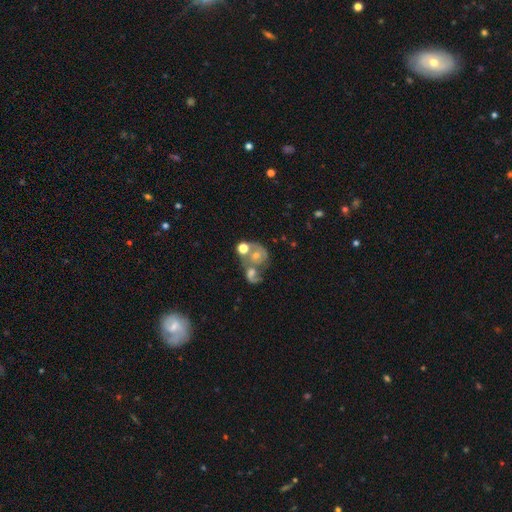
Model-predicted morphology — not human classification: This is possibly a featured or disk galaxy (55%). It is clearly not viewed edge-on (97%). Bar: likely no (78%). Spiral arm pattern: possibly yes (58%). Central bulge: possibly moderate (47%). Merging: possibly merger (49%).